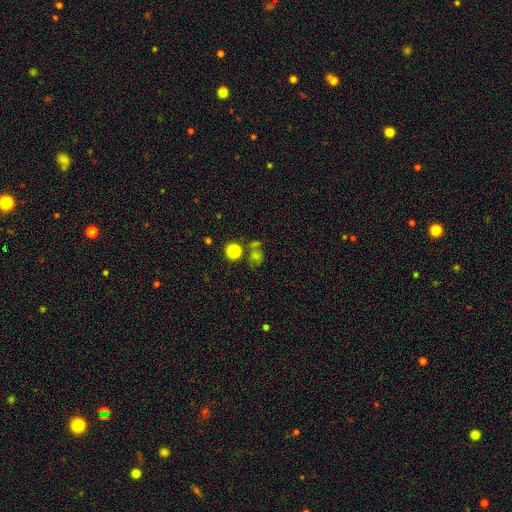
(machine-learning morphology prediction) star or artifact 43%, smooth 42%, featured or disk 15%.